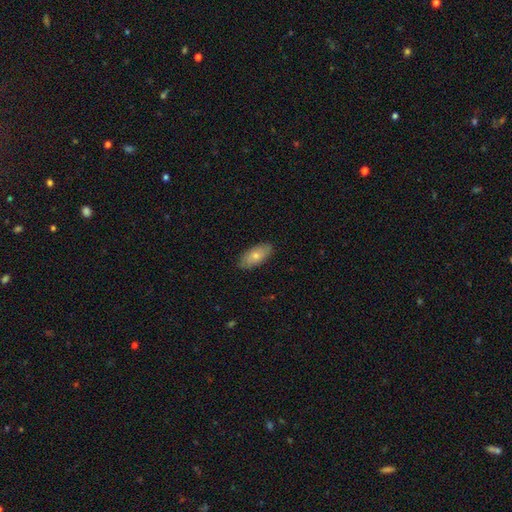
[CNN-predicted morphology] This appears to be a smooth galaxy with no disk features (70%) that is in between round and cigar-shaped (91%). Merging: none (84%).